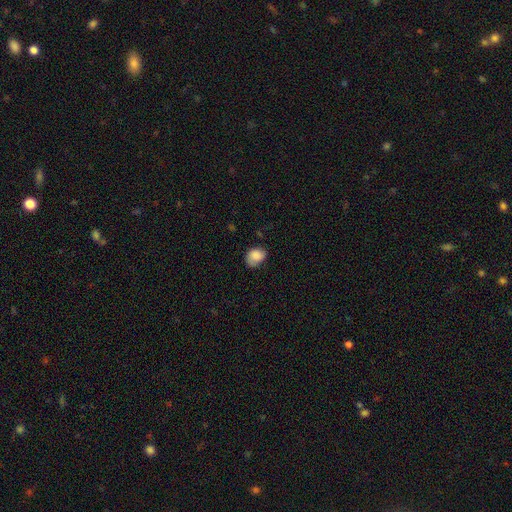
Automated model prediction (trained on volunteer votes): smooth_or_featured: smooth (p=0.82) [alt: featured or disk p=0.10]
how_rounded: in between (p=0.58) [alt: round p=0.41]
merging: none (p=0.55) [alt: minor disturbance p=0.33]